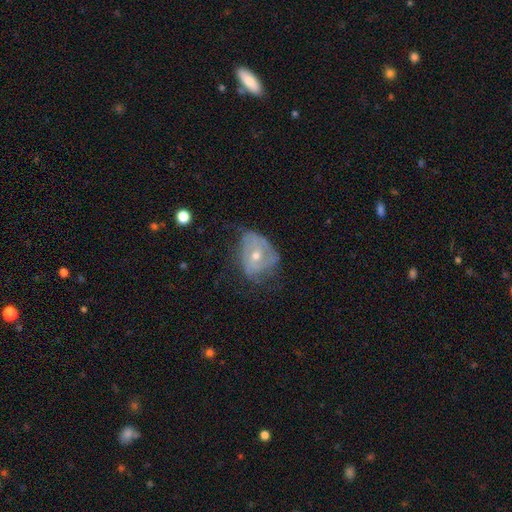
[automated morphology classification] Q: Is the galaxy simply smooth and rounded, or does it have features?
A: featured or disk — 64%.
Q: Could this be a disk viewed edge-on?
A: no — 96%.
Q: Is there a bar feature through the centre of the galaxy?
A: no — 68%.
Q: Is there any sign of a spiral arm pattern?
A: yes — 63%.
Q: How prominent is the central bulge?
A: moderate — 53%.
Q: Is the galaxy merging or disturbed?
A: none — 40%.